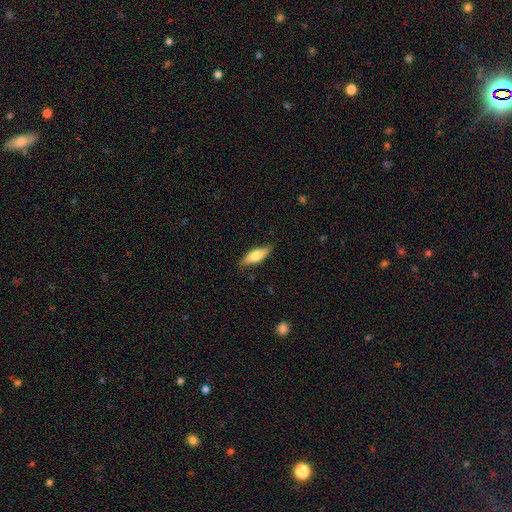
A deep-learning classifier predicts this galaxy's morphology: This is possibly a smooth galaxy (59%). How rounded: possibly in between (54%). Merging: clearly none (84%).